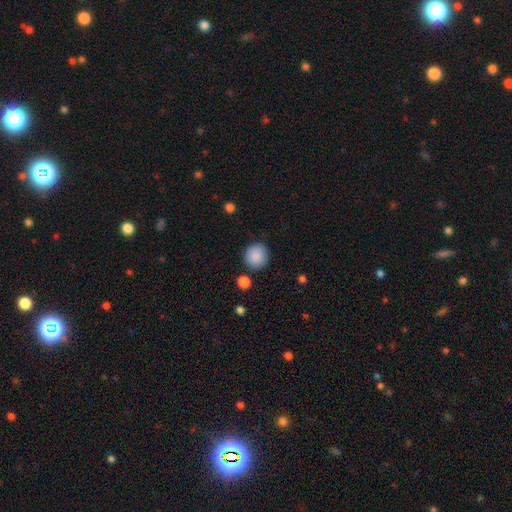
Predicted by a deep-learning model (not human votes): Smooth or featured?
  - smooth: 88% *
  - star or artifact: 8%
  - featured or disk: 4%
How rounded?
  - round: 91% *
  - in between: 8%
  - cigar-shaped: 1%
Merging?
  - none: 85% *
  - minor disturbance: 9%
  - merger: 3%
  - major disturbance: 3%